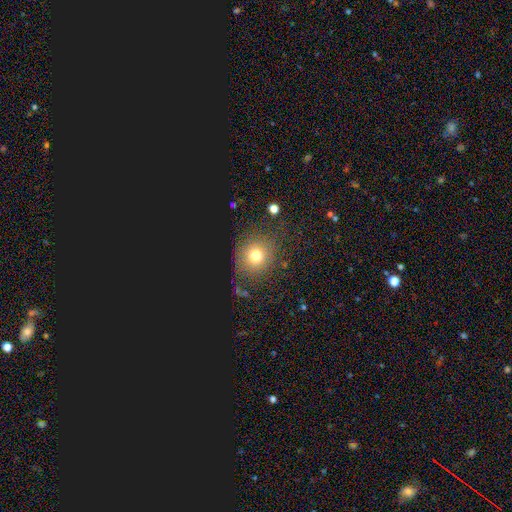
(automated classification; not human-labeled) smooth-or-featured: smooth: 71% | star or artifact: 19% | featured or disk: 10%
  how-rounded: round: 85% | in between: 14% | cigar-shaped: 1%
  merging: none: 80% | minor disturbance: 11% | major disturbance: 6% | merger: 3%